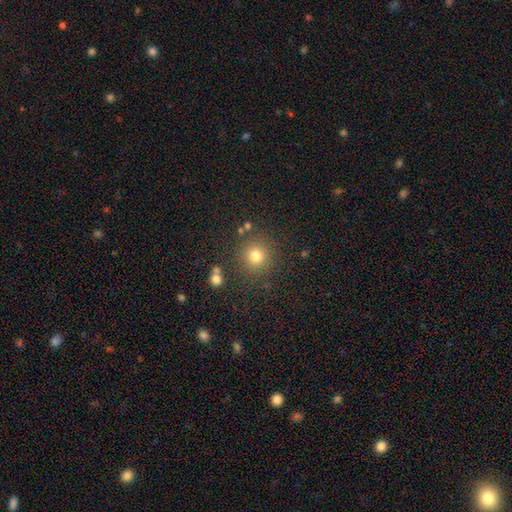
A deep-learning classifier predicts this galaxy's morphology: type=smooth (78%); roundness=round (93%); merging=none (85%).